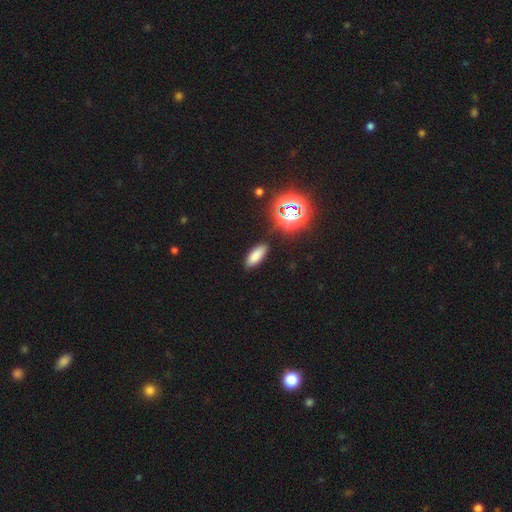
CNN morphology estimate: Overall: smooth (78%). How rounded: in between (77%). Merging: none (87%).